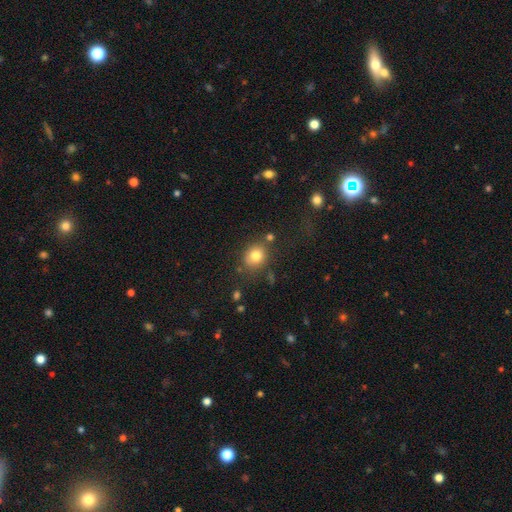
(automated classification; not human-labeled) The model was most divided on "how rounded": round: 73%, in between: 26%, cigar-shaped: 1%. More confident: smooth or featured — smooth (80%); merging — none (73%).